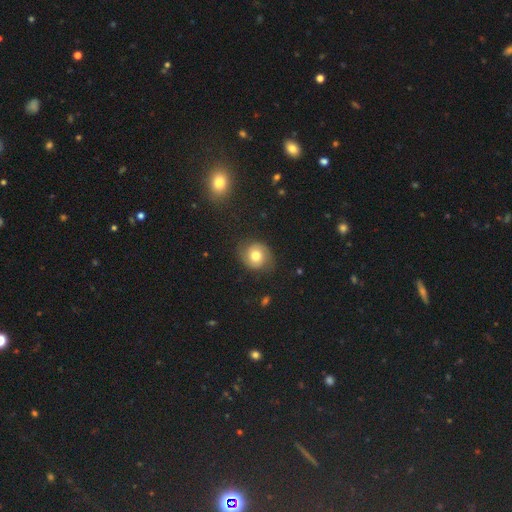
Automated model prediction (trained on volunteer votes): Smooth or featured? Predicted: featured or disk (p=0.46). Merging? Predicted: none (p=0.79).